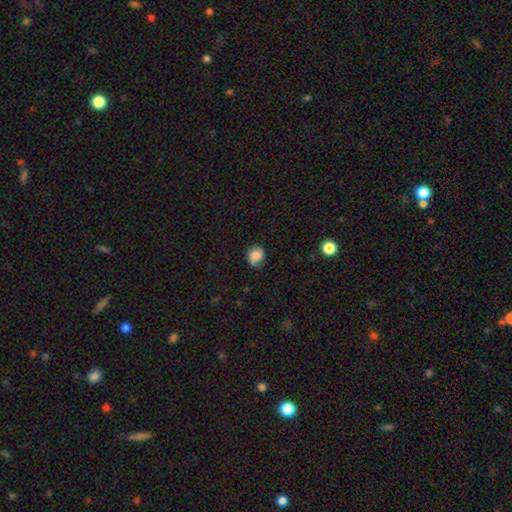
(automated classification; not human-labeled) Smooth or featured?
  - smooth: 64% *
  - featured or disk: 25%
  - star or artifact: 10%
How rounded?
  - round: 72% *
  - in between: 28%
  - cigar-shaped: 1%
Merging?
  - none: 69% *
  - minor disturbance: 23%
  - major disturbance: 7%
  - merger: 1%